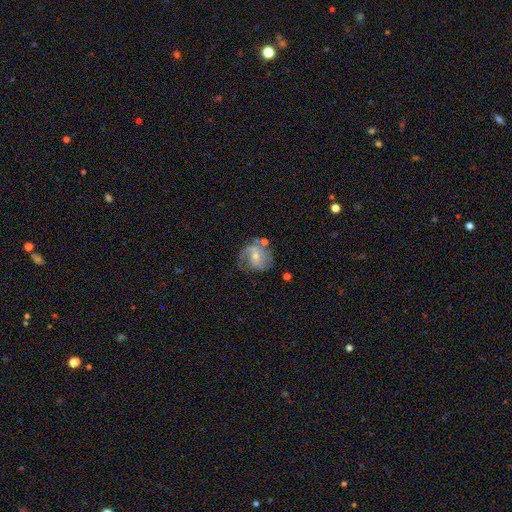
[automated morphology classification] Q: Smooth or featured?
A: featured or disk (77%); runner-up: smooth (15%)
Q: Edge-on disk?
A: no (98%); runner-up: yes (2%)
Q: Bar?
A: no (53%); runner-up: weak (37%)
Q: Spiral arms?
A: yes (93%); runner-up: no (7%)
Q: Spiral winding?
A: medium (44%); runner-up: tight (38%)
Q: Spiral arm count?
A: 2 (54%); runner-up: can't tell (17%)
Q: Bulge size?
A: small (52%); runner-up: moderate (44%)
Q: Merging?
A: none (62%); runner-up: minor disturbance (21%)